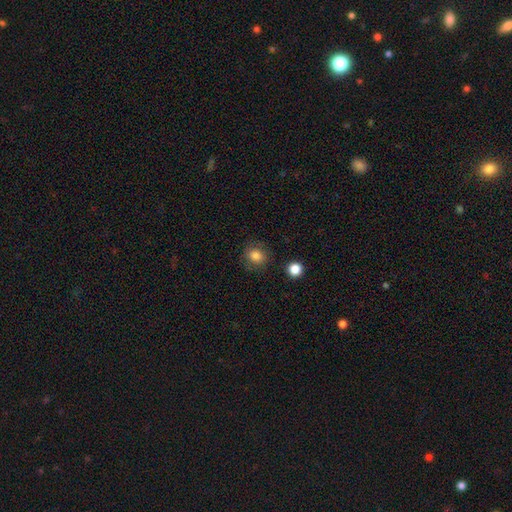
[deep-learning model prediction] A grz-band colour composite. It shows a smooth galaxy with no disk features (83%) that is round (77%). Merging: none (84%).